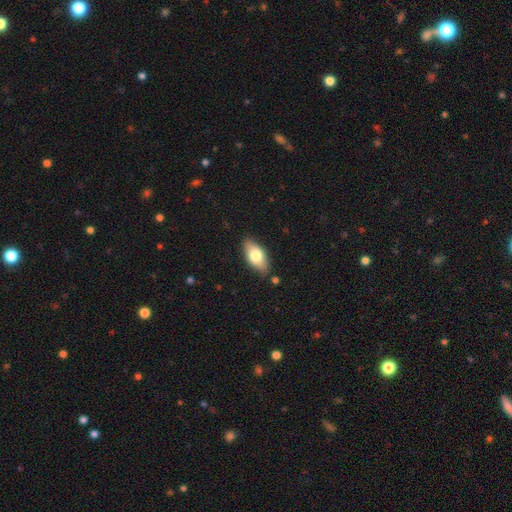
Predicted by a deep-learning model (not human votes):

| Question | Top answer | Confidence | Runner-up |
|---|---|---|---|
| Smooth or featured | smooth | 70% | featured or disk (23%) |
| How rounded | in between | 89% | cigar-shaped (8%) |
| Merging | none | 83% | minor disturbance (13%) |